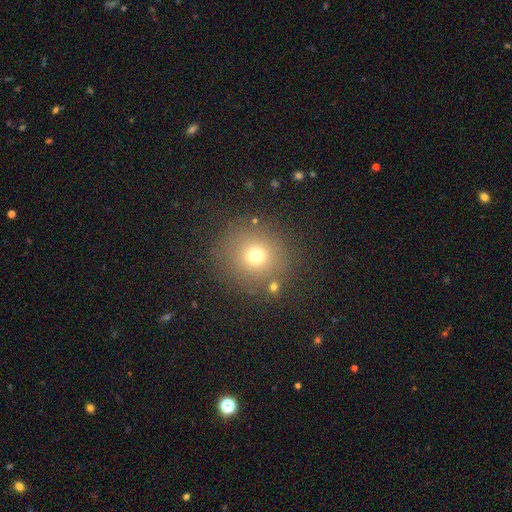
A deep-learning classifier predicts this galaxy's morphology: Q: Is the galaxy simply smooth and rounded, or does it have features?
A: smooth — 69%.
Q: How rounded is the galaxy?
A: round — 89%.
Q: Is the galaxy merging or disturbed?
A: none — 83%.